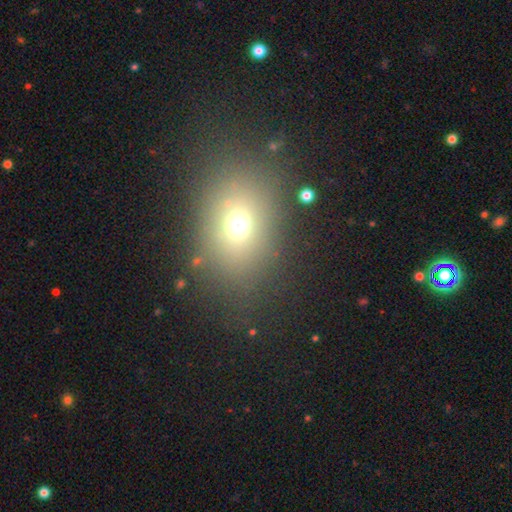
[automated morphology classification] This is likely a smooth galaxy (66%). How rounded: likely in between (61%). Merging: clearly none (81%).